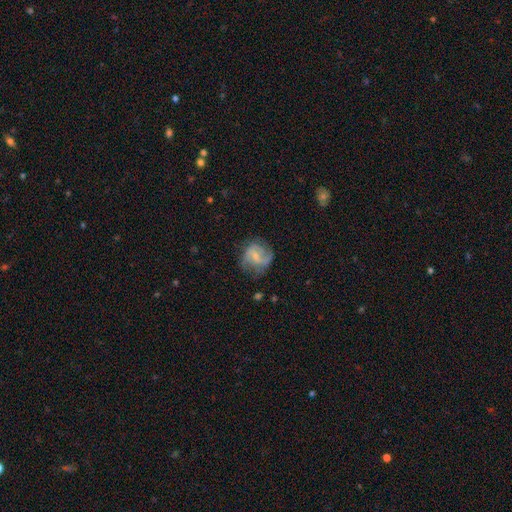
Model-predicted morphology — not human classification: featured or disk 66%, smooth 27%, star or artifact 7%. Down the decision tree: edge-on disk — no (98%); bar — weak (54%); spiral arms — yes (87%); spiral arm count — 2 (63%); spiral winding — medium (46%); bulge size — small (56%); merging — none (60%).